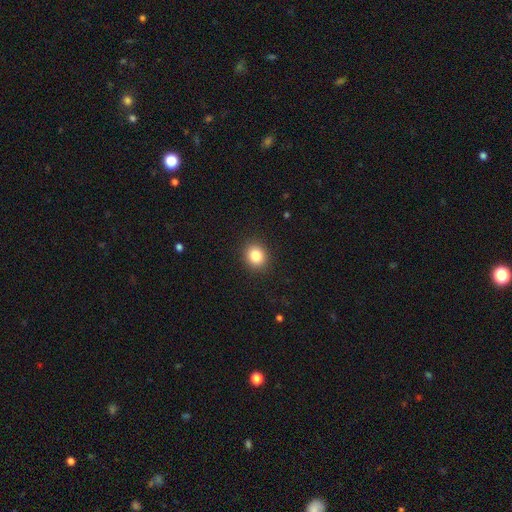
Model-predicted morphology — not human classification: A smooth galaxy with no disk features (84%) that is round (72%). Merging: none (91%).